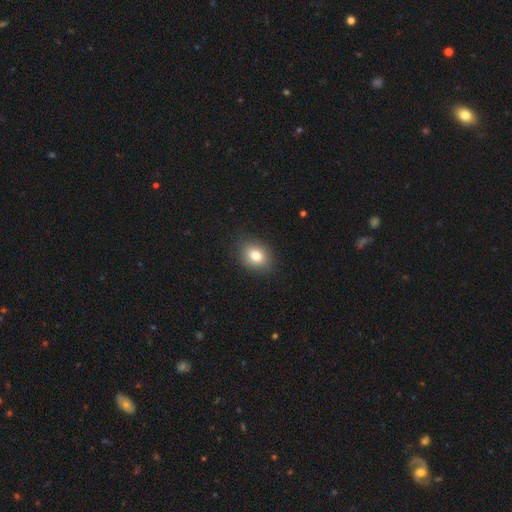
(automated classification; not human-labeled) This appears to be a smooth galaxy with no disk features (82%) that is in between round and cigar-shaped (65%). Merging: none (86%).